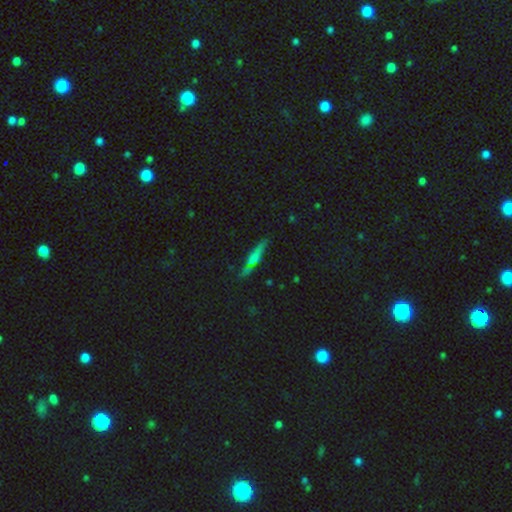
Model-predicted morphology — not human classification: Smooth or featured?
  - featured or disk: 47% *
  - smooth: 38%
  - star or artifact: 16%
Merging?
  - none: 79% *
  - minor disturbance: 13%
  - merger: 4%
  - major disturbance: 3%